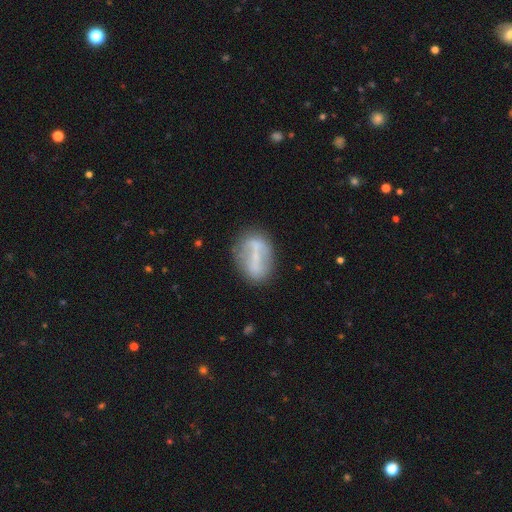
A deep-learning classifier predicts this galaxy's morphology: This appears to be a featured or disk galaxy (50%). Merging: none (66%).